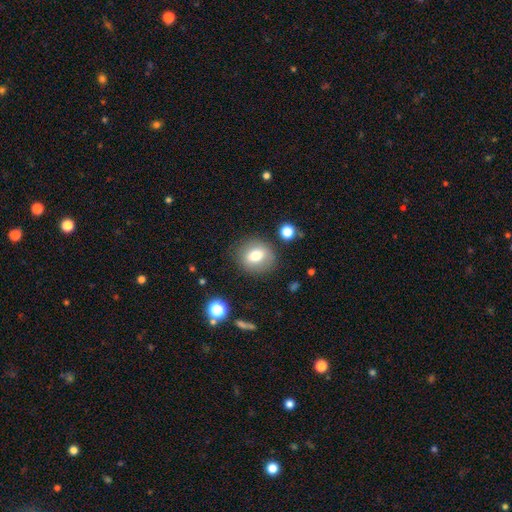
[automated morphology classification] The model was most divided on "how rounded": round: 70%, in between: 29%, cigar-shaped: 1%. More confident: merging — none (82%); smooth or featured — smooth (73%).